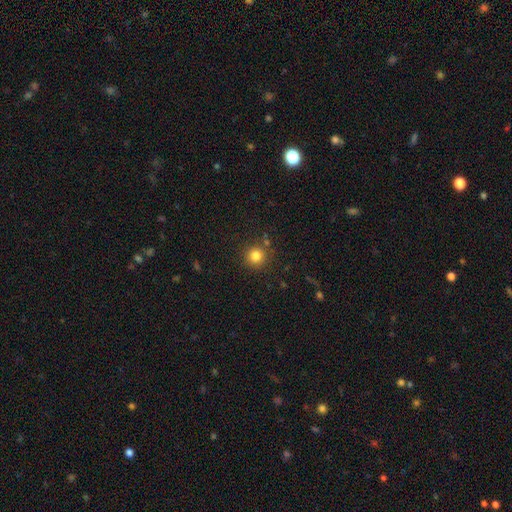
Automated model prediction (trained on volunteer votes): Smooth or featured? smooth (81%)
How rounded? round (94%)
Merging? none (85%)